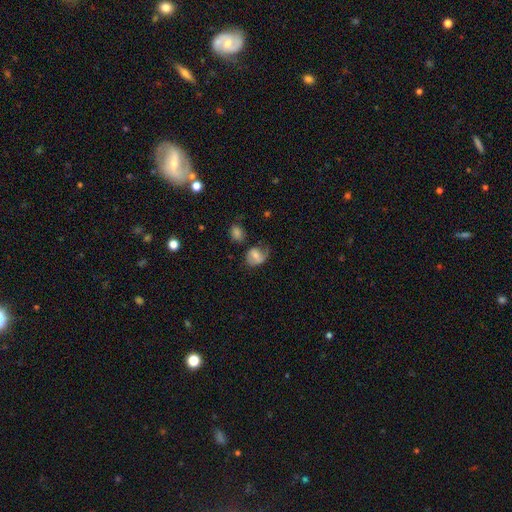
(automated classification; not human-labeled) Q: Smooth or featured?
A: smooth (53%); runner-up: featured or disk (37%)
Q: How rounded?
A: in between (58%); runner-up: round (41%)
Q: Merging?
A: none (46%); runner-up: minor disturbance (29%)